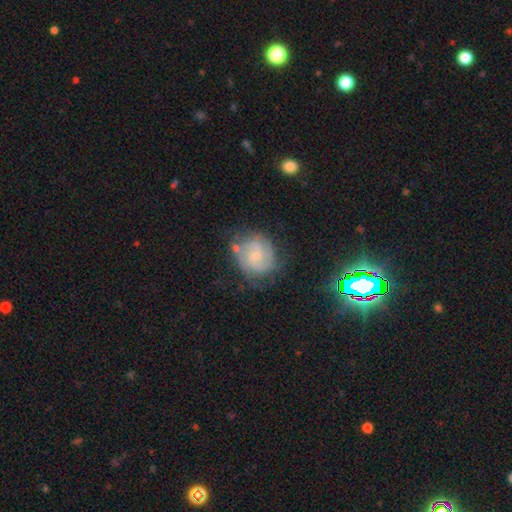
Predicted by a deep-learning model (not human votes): This appears to be a featured or disk galaxy (69%) with no bar (55%), 2 (47%) tight (46%) spiral arms (89%) and a small central bulge (67%). Merging: none (64%).